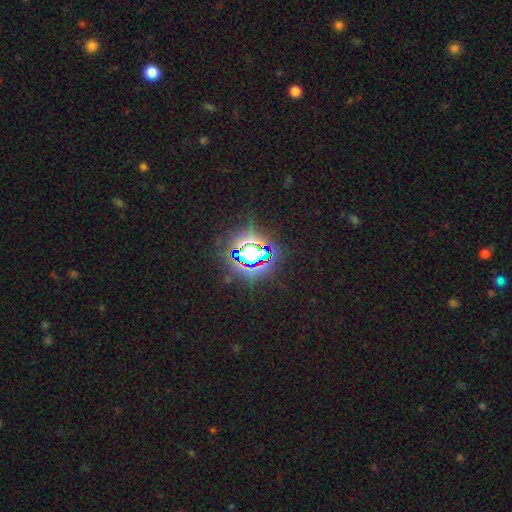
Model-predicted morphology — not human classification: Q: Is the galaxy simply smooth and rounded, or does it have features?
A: star or artifact — 74%.